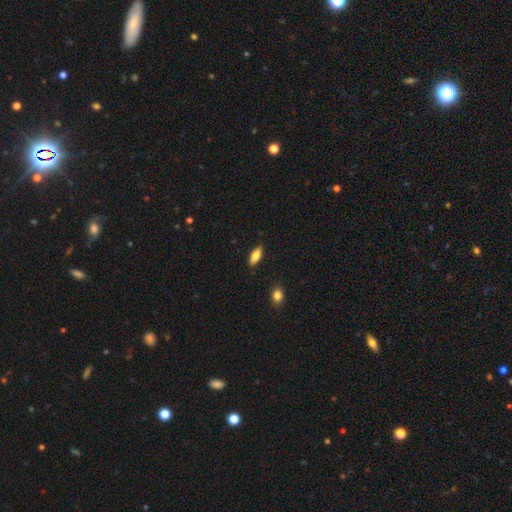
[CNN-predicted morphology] smooth-or-featured: smooth: 81% | featured or disk: 12% | star or artifact: 7%
  how-rounded: in between: 76% | cigar-shaped: 22% | round: 2%
  merging: none: 88% | minor disturbance: 9% | major disturbance: 2% | merger: 1%